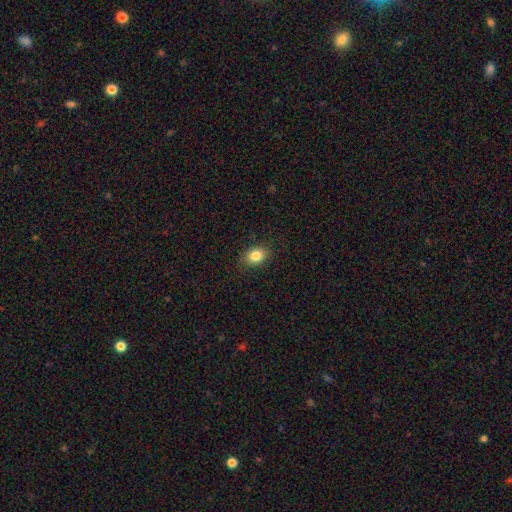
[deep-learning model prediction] Smooth or featured: smooth — 84% (star or artifact — 10%)
How rounded: in between — 65% (round — 34%)
Merging: none — 87% (minor disturbance — 10%)